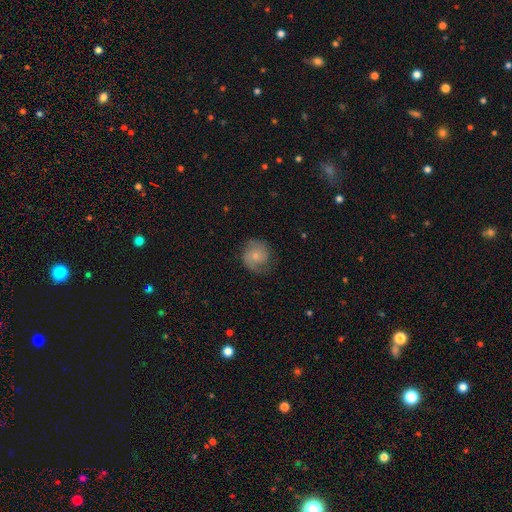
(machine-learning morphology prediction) Smooth or featured? smooth (55%)
How rounded? round (86%)
Merging? none (70%)